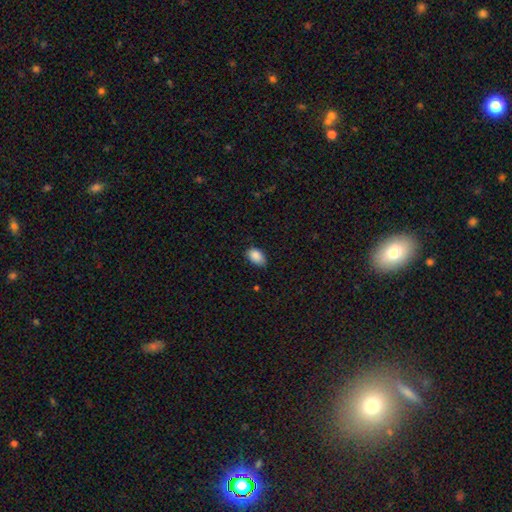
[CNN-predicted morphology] This is clearly a smooth galaxy (88%). How rounded: clearly in between (91%). Merging: likely none (76%).